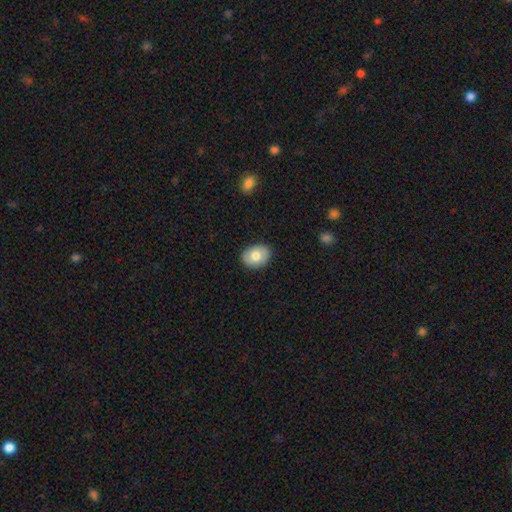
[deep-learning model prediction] The model was most divided on "how rounded": in between: 69%, round: 30%, cigar-shaped: 1%. More confident: merging — none (86%); smooth or featured — smooth (73%).